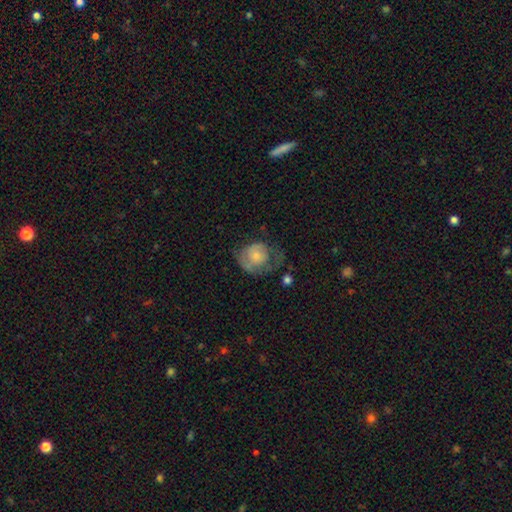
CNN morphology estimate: smooth 52%, featured or disk 41%, star or artifact 7%. Down the decision tree: how rounded — round (68%); merging — major disturbance (35%).